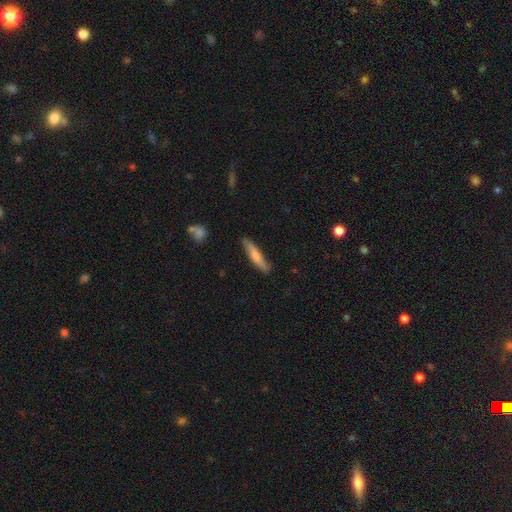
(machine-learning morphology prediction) The model was most divided on "smooth or featured": smooth: 66%, featured or disk: 28%, star or artifact: 5%. More confident: how rounded — cigar-shaped (90%); merging — none (82%).